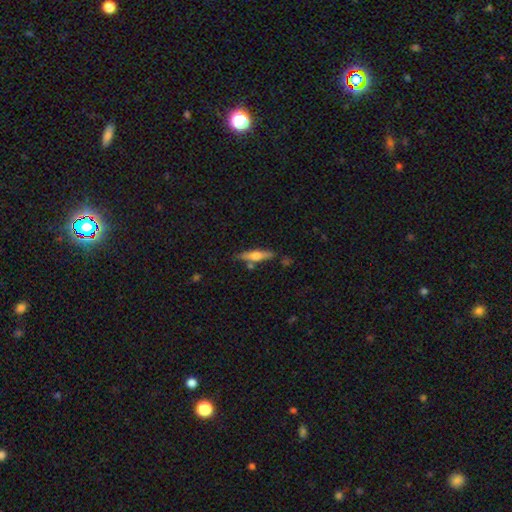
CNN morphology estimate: Smooth or featured? smooth (47%, tied with featured or disk)
Merging? none (76%)